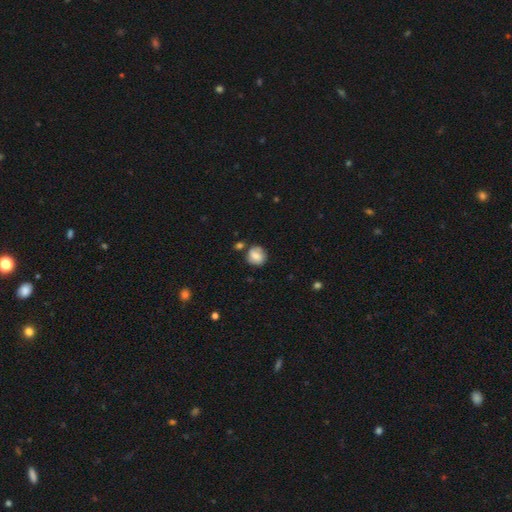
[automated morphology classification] Smooth or featured? Predicted: smooth (p=0.67). How rounded? Predicted: round (p=0.81). Merging? Predicted: none (p=0.69).